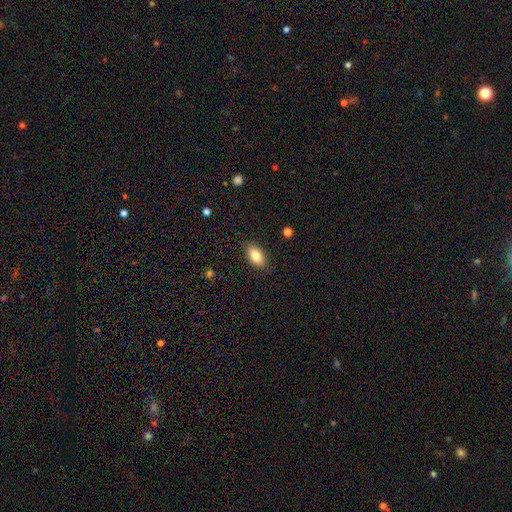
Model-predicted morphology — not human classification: Overall: smooth (83%). How rounded: in between (91%). Merging: none (86%).